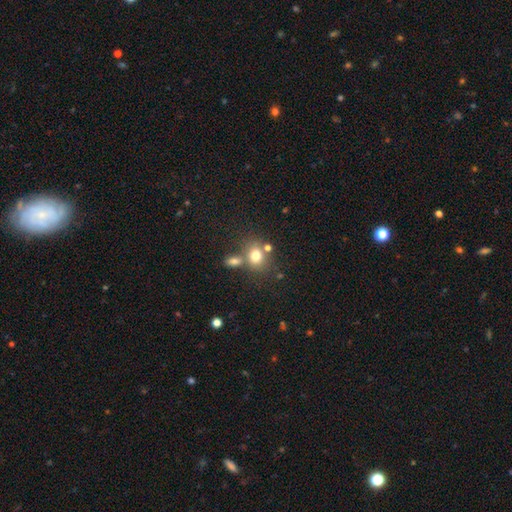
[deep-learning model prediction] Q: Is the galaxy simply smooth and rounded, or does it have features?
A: smooth — 74%.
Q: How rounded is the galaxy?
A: round — 57%.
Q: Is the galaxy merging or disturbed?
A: none — 55%.